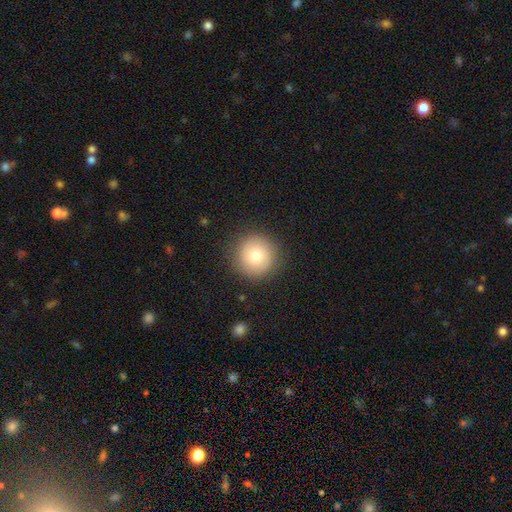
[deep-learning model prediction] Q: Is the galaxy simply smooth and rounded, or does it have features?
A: smooth — 79%.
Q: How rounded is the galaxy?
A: round — 95%.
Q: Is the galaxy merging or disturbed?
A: none — 89%.